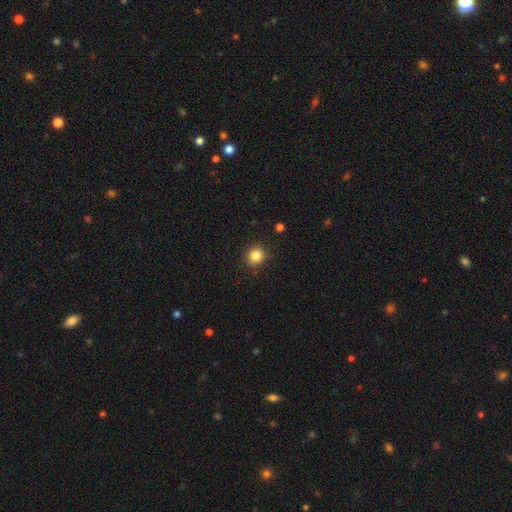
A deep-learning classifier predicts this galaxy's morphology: smooth_or_featured: smooth (p=0.84) [alt: star or artifact p=0.11]
how_rounded: round (p=0.87) [alt: in between p=0.12]
merging: none (p=0.89) [alt: minor disturbance p=0.07]